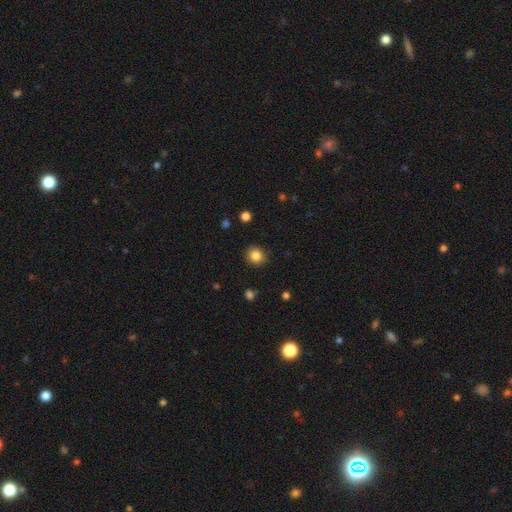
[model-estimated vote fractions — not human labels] This is clearly a smooth galaxy (84%). How rounded: clearly round (85%). Merging: clearly none (90%).